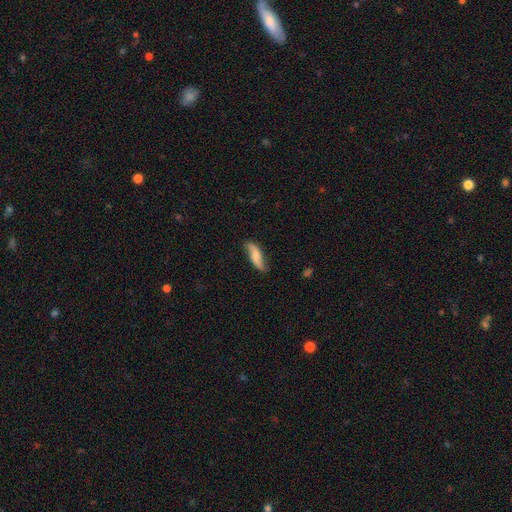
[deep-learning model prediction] Smooth or featured? smooth (48%)
Merging? none (73%)